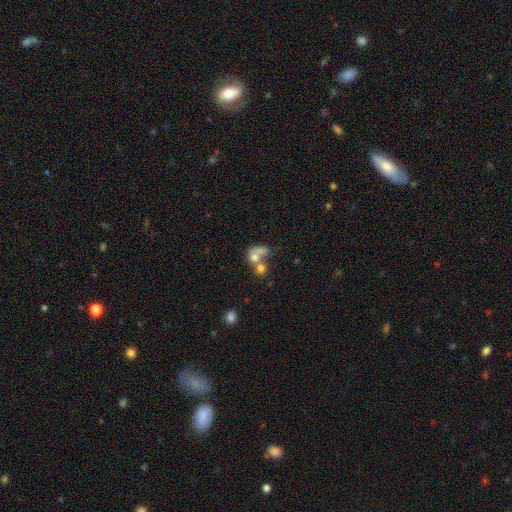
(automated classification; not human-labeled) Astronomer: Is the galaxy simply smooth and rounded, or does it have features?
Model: smooth — 64%.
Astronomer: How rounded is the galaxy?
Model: round — 51% (runner-up: in between, 47%).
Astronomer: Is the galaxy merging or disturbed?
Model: merger — 67%.